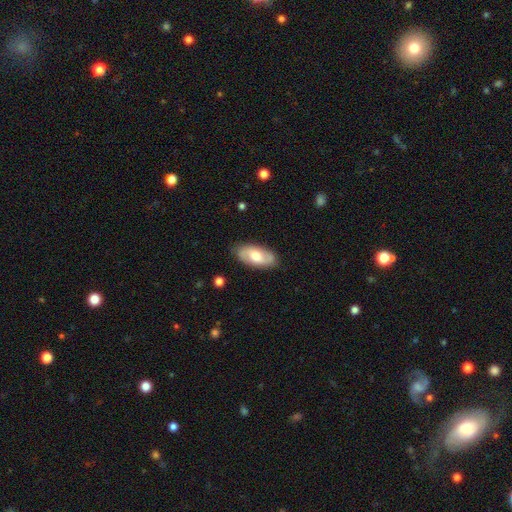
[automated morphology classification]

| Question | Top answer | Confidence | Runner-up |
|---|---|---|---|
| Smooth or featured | smooth | 48% | featured or disk (46%) |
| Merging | none | 83% | minor disturbance (13%) |